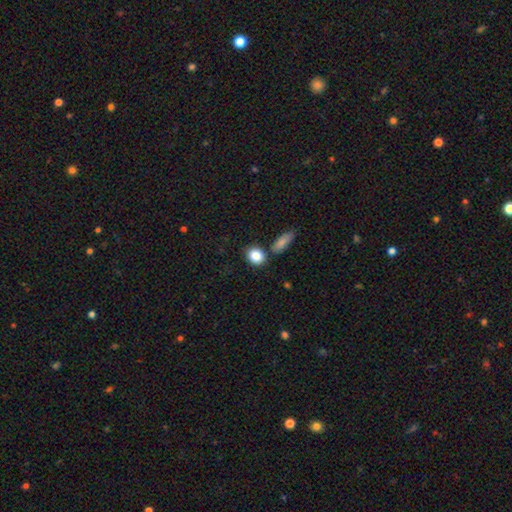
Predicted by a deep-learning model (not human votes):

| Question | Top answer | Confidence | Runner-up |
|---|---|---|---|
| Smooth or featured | smooth | 85% | star or artifact (8%) |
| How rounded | round | 54% | in between (44%) |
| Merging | none | 73% | minor disturbance (12%) |